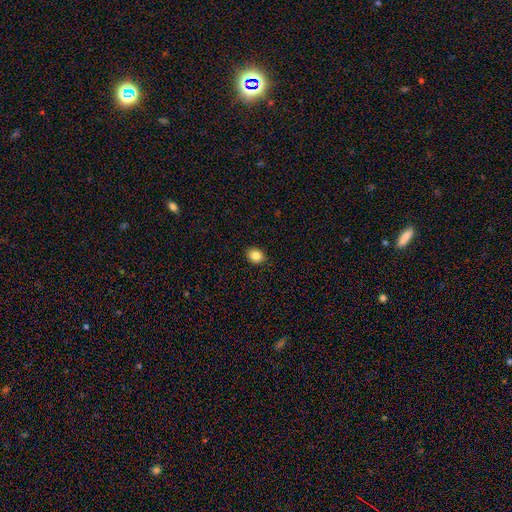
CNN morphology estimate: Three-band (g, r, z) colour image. It shows a smooth galaxy with no disk features (85%) that is round (52%). Merging: none (90%).